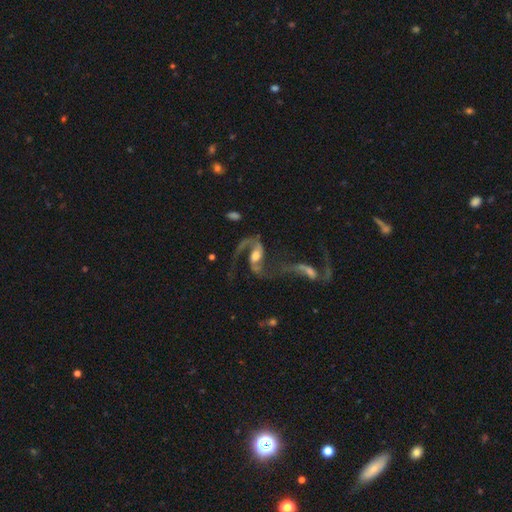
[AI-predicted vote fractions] This is clearly a featured or disk galaxy (88%). It is clearly not viewed edge-on (97%). Bar: marginally weak (42%). Spiral arm pattern: clearly yes (95%). Spiral arm count: clearly 2 (85%). Spiral winding: likely loose (63%). Central bulge: possibly moderate (57%). Merging: marginally merger (33%).